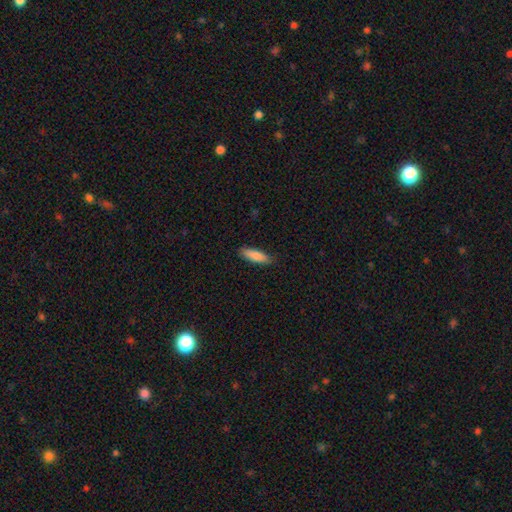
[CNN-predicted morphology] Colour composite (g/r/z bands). It shows a smooth galaxy with no disk features (84%) that is cigar-shaped (54%). Merging: none (86%).